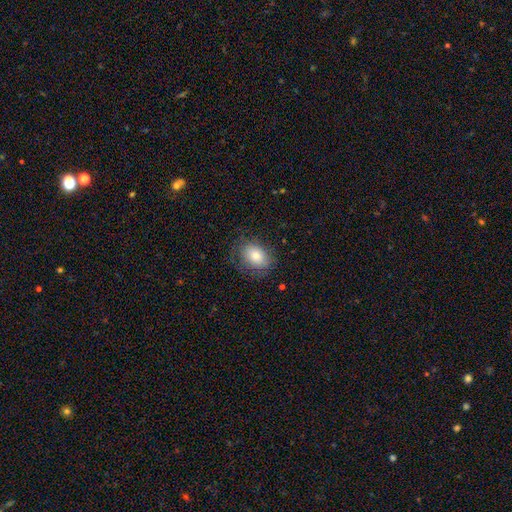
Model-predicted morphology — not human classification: smooth-or-featured: smooth: 75% | featured or disk: 16% | star or artifact: 9%
  how-rounded: in between: 64% | round: 34% | cigar-shaped: 1%
  merging: none: 70% | minor disturbance: 19% | major disturbance: 9% | merger: 1%